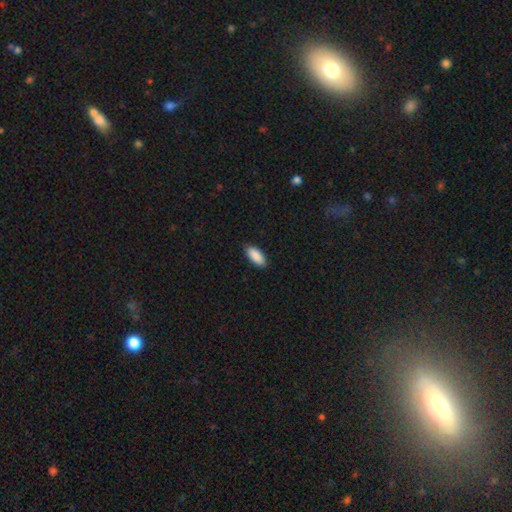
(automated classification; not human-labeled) Smooth or featured? Predicted: smooth (p=0.91). How rounded? Predicted: in between (p=0.87). Merging? Predicted: none (p=0.88).